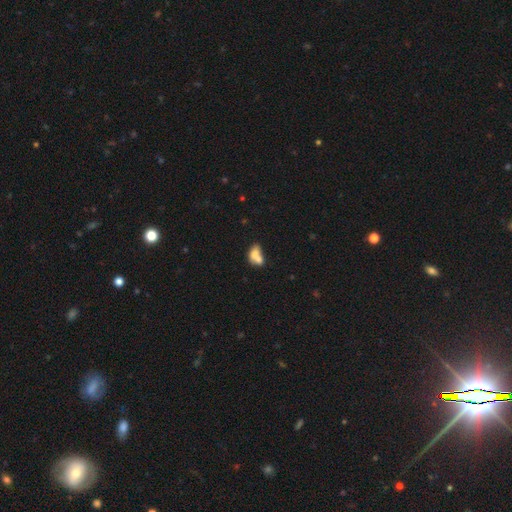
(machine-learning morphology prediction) The model was most divided on "smooth or featured": smooth: 69%, featured or disk: 21%, star or artifact: 9%. More confident: how rounded — in between (75%); merging — merger (68%).